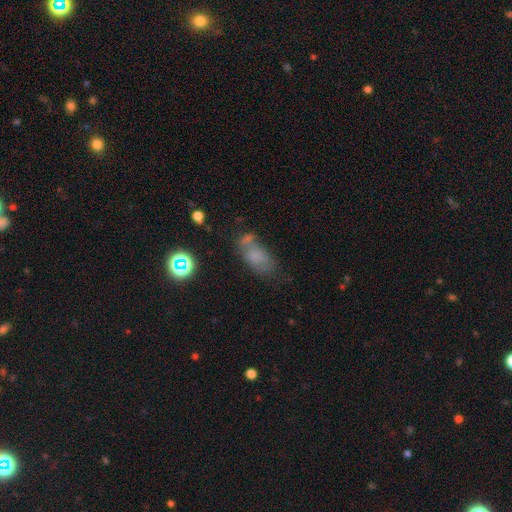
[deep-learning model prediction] A smooth galaxy with no disk features (66%) that is in between round and cigar-shaped (83%). Merging: none (43%).